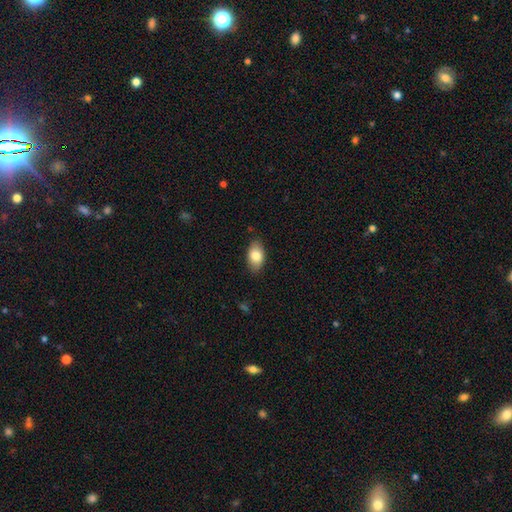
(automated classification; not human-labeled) smooth-or-featured: smooth: 82% | featured or disk: 11% | star or artifact: 7%
  how-rounded: in between: 92% | round: 6% | cigar-shaped: 2%
  merging: none: 85% | minor disturbance: 12% | major disturbance: 2% | merger: 1%